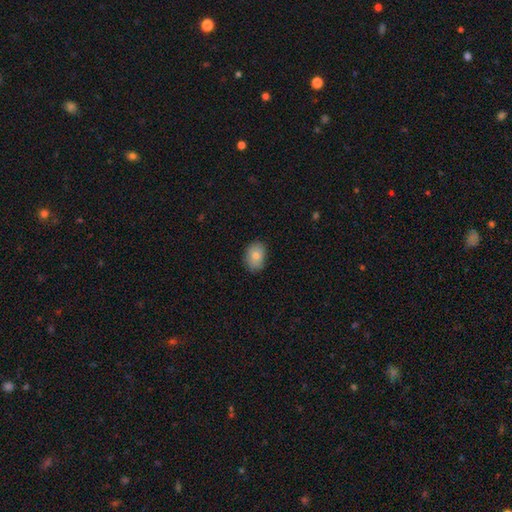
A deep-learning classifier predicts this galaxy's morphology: Smooth or featured?
  - smooth: 81% *
  - featured or disk: 12%
  - star or artifact: 8%
How rounded?
  - in between: 73% *
  - round: 26%
  - cigar-shaped: 1%
Merging?
  - none: 79% *
  - minor disturbance: 17%
  - major disturbance: 3%
  - merger: 1%